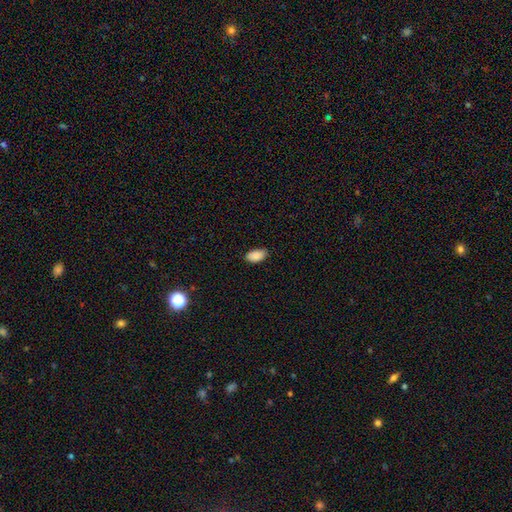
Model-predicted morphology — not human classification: type=smooth (89%); roundness=in between (94%); merging=none (83%).